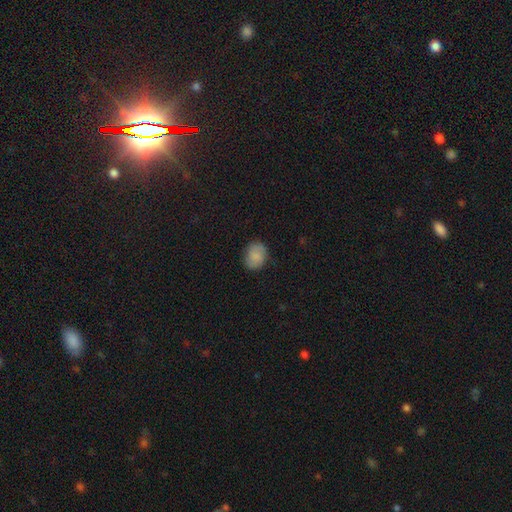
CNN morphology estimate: Smooth or featured? smooth (80%)
How rounded? in between (54%)
Merging? none (80%)